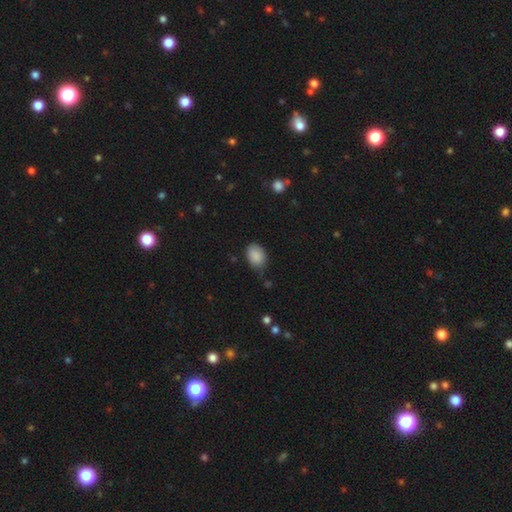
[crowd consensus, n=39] This appears to be a smooth galaxy with no disk features (92%) that is in between round and cigar-shaped (86%). Merging: none (46%, tied with minor disturbance).